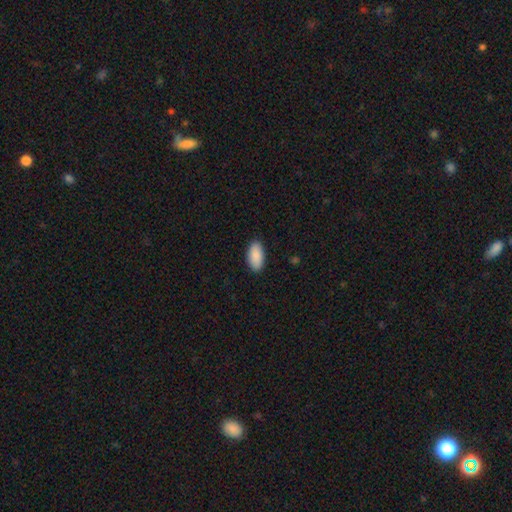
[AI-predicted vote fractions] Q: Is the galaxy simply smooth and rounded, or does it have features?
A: smooth — 90%.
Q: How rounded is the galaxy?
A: in between — 94%.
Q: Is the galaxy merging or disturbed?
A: none — 90%.